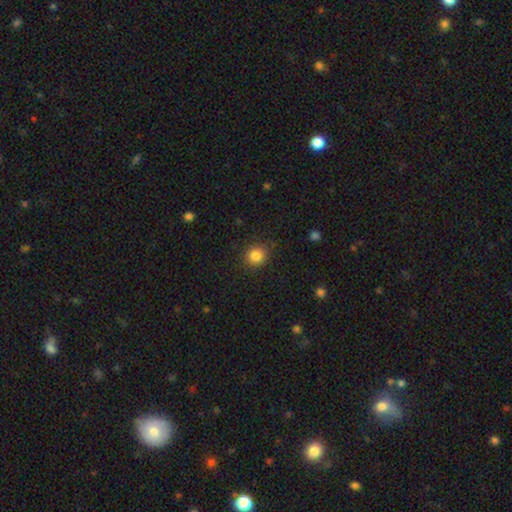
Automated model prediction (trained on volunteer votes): smooth 84%, star or artifact 11%, featured or disk 5%. Down the decision tree: how rounded — round (86%); merging — none (88%).